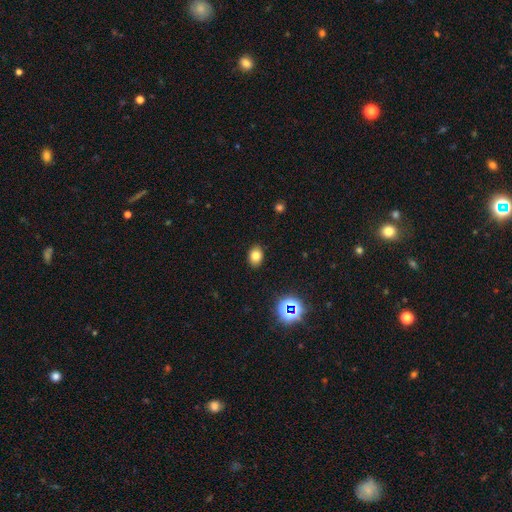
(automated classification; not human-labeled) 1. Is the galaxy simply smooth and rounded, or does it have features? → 78% smooth, 15% star or artifact, 7% featured or disk.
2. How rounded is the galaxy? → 71% in between, 28% round, 1% cigar-shaped.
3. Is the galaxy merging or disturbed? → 88% none, 8% minor disturbance, 2% major disturbance, 1% merger.